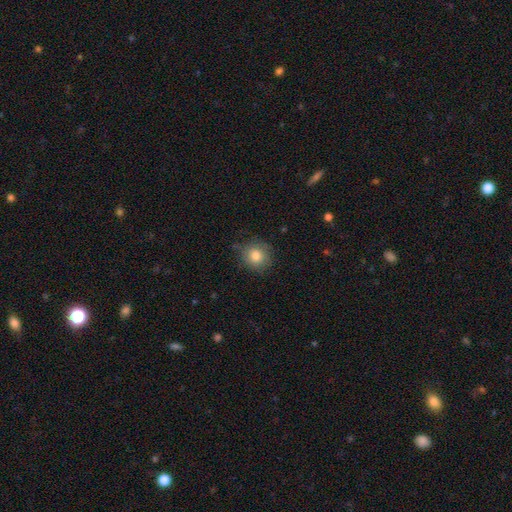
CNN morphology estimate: This appears to be a smooth galaxy with no disk features (83%) that is round (89%). Merging: none (79%).